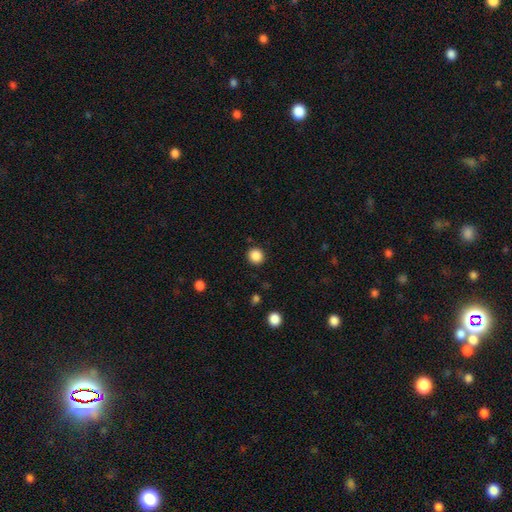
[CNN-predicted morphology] smooth 87%, star or artifact 10%, featured or disk 3%. Down the decision tree: how rounded — round (91%); merging — none (90%).